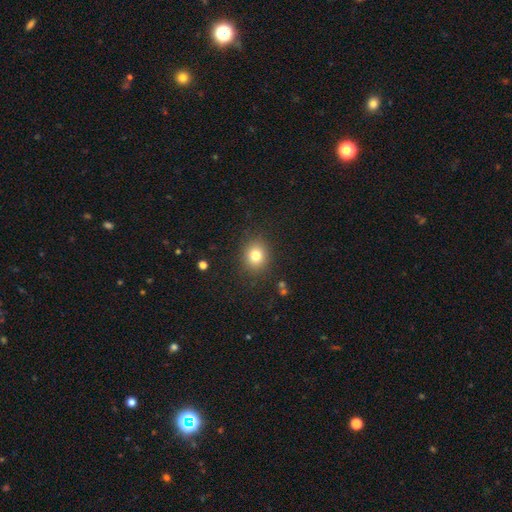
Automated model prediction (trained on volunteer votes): This is likely a smooth galaxy (79%). How rounded: likely round (70%). Merging: clearly none (87%).